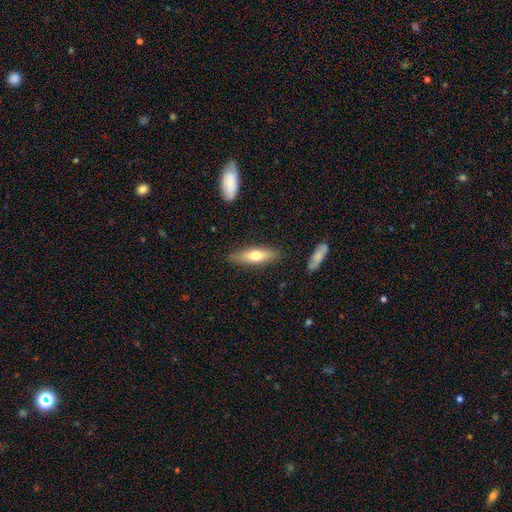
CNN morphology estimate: The model was most divided on "how rounded": cigar-shaped: 62%, in between: 36%, round: 2%. More confident: merging — none (84%); smooth or featured — smooth (64%).